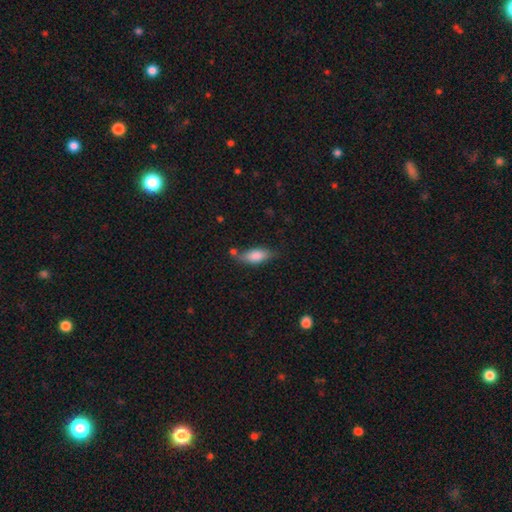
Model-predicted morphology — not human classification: Q: Smooth or featured?
A: smooth (80%); runner-up: featured or disk (13%)
Q: How rounded?
A: in between (77%); runner-up: cigar-shaped (20%)
Q: Merging?
A: none (63%); runner-up: minor disturbance (23%)